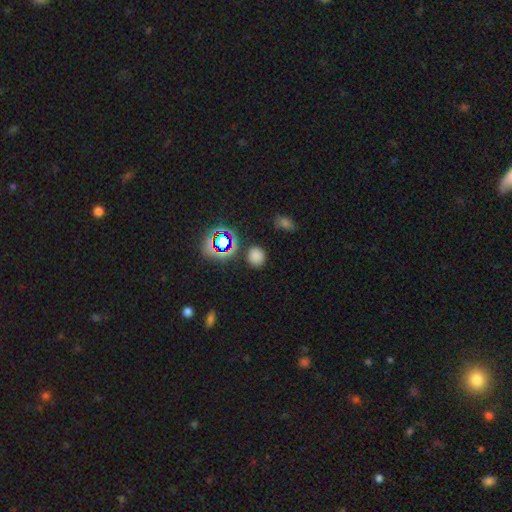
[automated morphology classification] The model was most divided on "smooth or featured": smooth: 73%, star or artifact: 22%, featured or disk: 5%. More confident: merging — none (85%); how rounded — round (81%).